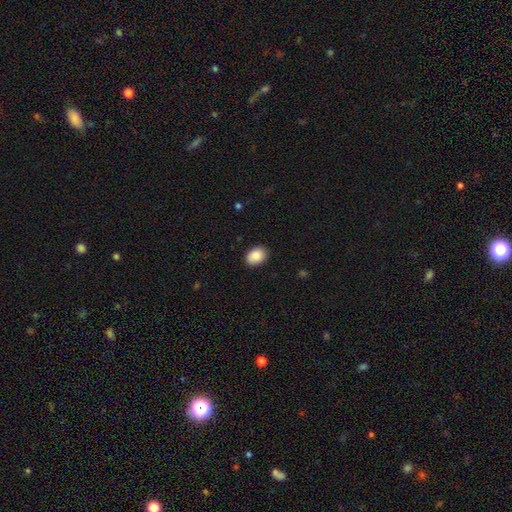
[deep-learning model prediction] Smooth or featured? Predicted: smooth (p=0.88). How rounded? Predicted: in between (p=0.74). Merging? Predicted: none (p=0.88).